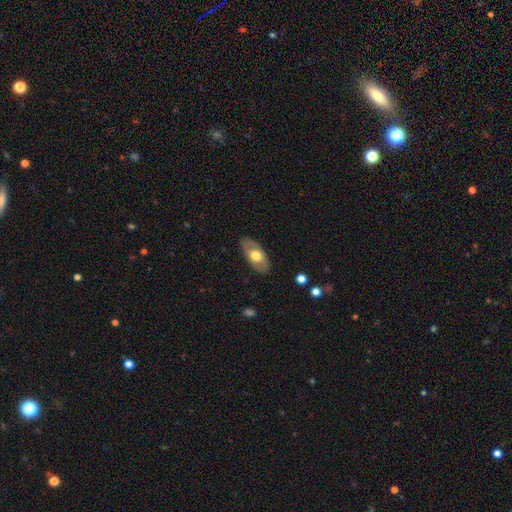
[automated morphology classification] The model was most divided on "smooth or featured": smooth: 57%, featured or disk: 38%, star or artifact: 5%. More confident: how rounded — in between (92%); merging — none (85%).